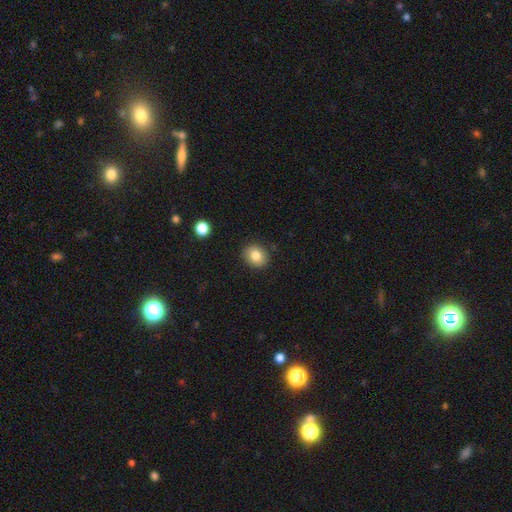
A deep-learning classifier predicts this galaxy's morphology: smooth-or-featured: smooth: 82% | star or artifact: 9% | featured or disk: 9%
  how-rounded: round: 58% | in between: 41% | cigar-shaped: 1%
  merging: none: 88% | minor disturbance: 9% | major disturbance: 2% | merger: 1%